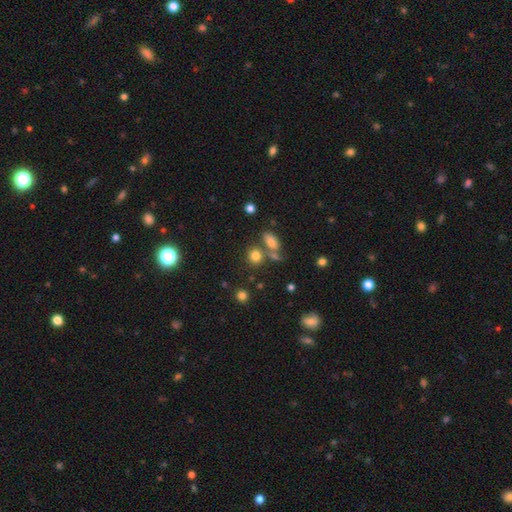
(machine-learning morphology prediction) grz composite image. It shows a smooth galaxy with no disk features (78%) that is round (70%). Merging: none (62%).